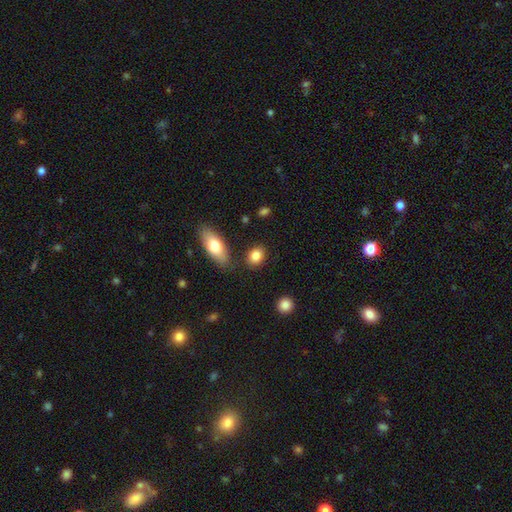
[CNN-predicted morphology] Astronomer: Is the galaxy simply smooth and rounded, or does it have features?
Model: smooth — 84%.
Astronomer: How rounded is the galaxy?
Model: in between — 60% (runner-up: round, 37%).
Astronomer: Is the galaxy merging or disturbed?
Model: none — 81%.